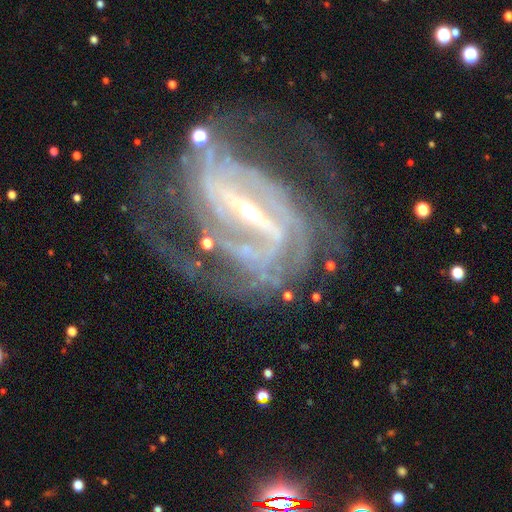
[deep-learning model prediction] This appears to be a featured or disk galaxy (91%) with a strong bar (78%), 2 (48%) medium (43%) spiral arms (96%) and a small central bulge (74%). Merging: none (46%).